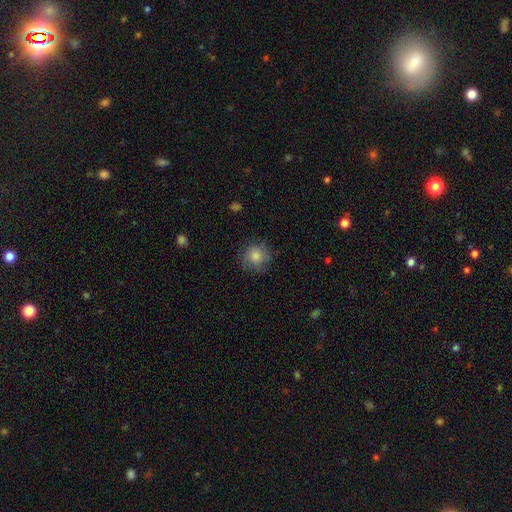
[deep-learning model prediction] smooth 83%, featured or disk 9%, star or artifact 8%. Down the decision tree: how rounded — round (91%); merging — none (78%).